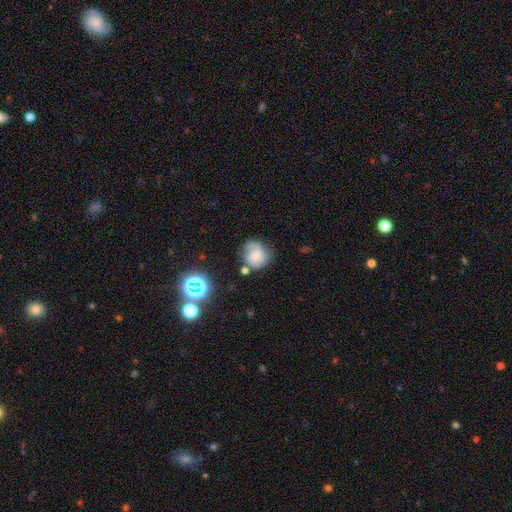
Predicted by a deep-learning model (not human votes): This appears to be a smooth galaxy with no disk features (46%). Merging: none (56%).